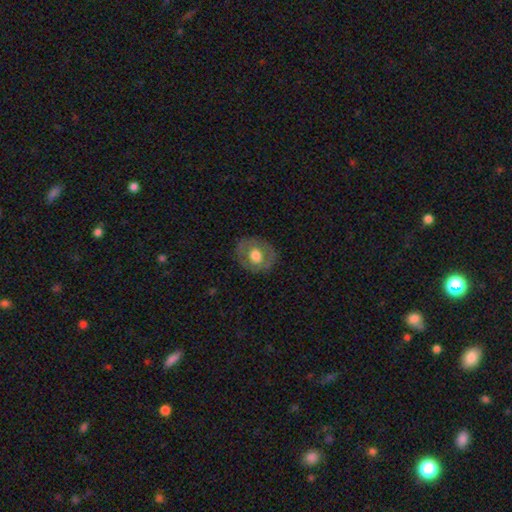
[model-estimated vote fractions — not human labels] The model was most divided on "smooth or featured": smooth: 56%, featured or disk: 37%, star or artifact: 7%. More confident: merging — none (82%); how rounded — round (67%).